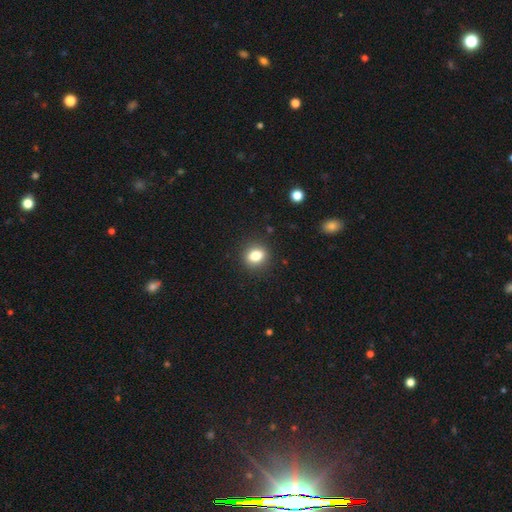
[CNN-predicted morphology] Smooth or featured?
  - smooth: 81% *
  - star or artifact: 11%
  - featured or disk: 8%
How rounded?
  - round: 55% *
  - in between: 44%
  - cigar-shaped: 1%
Merging?
  - none: 90% *
  - minor disturbance: 7%
  - major disturbance: 2%
  - merger: 1%